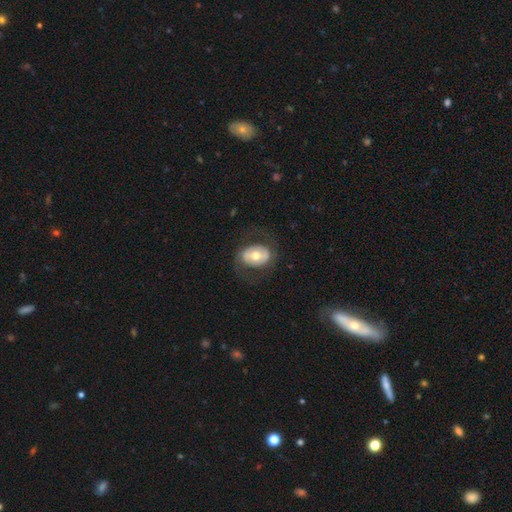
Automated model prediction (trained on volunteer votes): featured or disk 55%, smooth 40%, star or artifact 6%. Down the decision tree: edge-on disk — no (95%); bar — no (65%); spiral arms — no (64%); bulge size — moderate (75%); merging — none (71%).